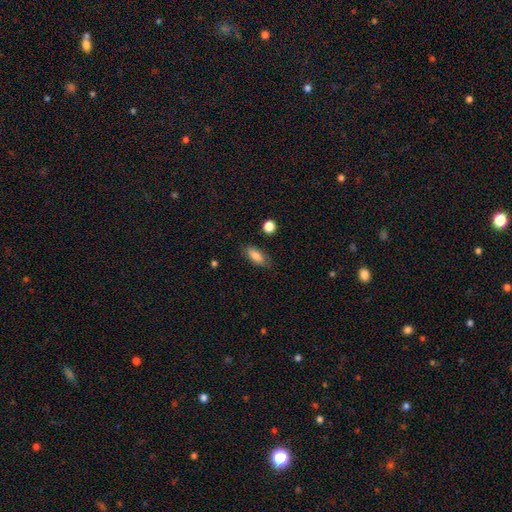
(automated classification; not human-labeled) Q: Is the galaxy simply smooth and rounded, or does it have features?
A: smooth — 81%.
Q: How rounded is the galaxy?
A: in between — 78%.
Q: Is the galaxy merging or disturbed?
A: none — 80%.